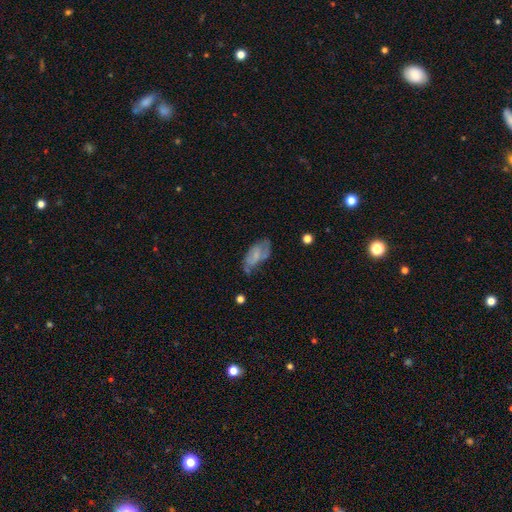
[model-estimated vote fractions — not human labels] Q: Smooth or featured?
A: smooth (48%); runner-up: featured or disk (43%)
Q: Merging?
A: none (45%); runner-up: minor disturbance (32%)